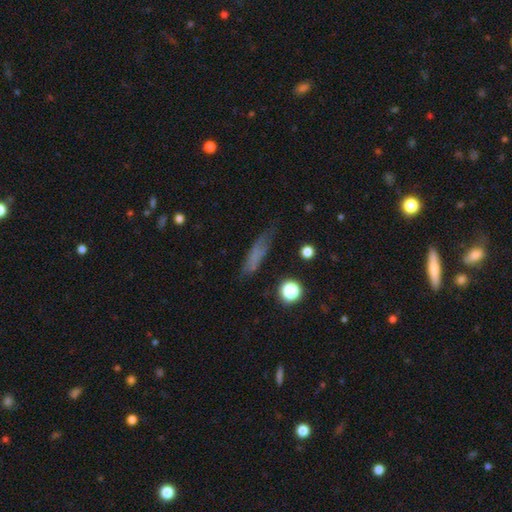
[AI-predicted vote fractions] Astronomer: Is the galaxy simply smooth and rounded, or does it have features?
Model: smooth — 63%.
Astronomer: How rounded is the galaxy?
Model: cigar-shaped — 72%.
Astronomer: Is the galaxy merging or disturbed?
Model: none — 67%.